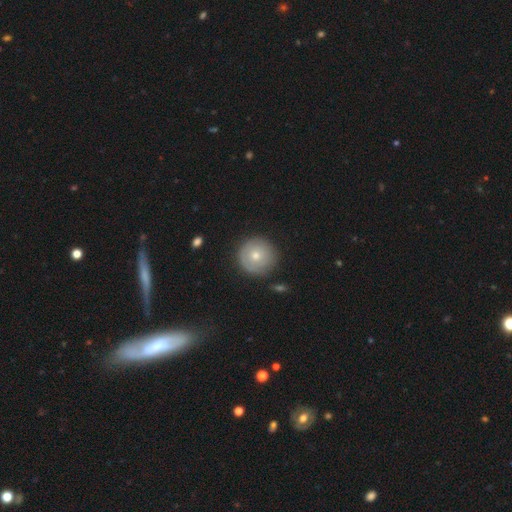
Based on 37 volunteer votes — Smooth or featured: smooth — 68% (featured or disk — 30%)
How rounded: round — 96% (in between — 4%)
Merging: none — 72% (minor disturbance — 19%)